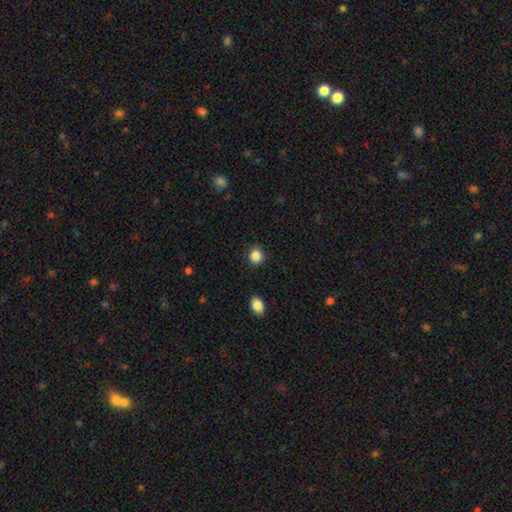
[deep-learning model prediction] This appears to be a smooth galaxy with no disk features (87%) that is round (83%). Merging: none (89%).